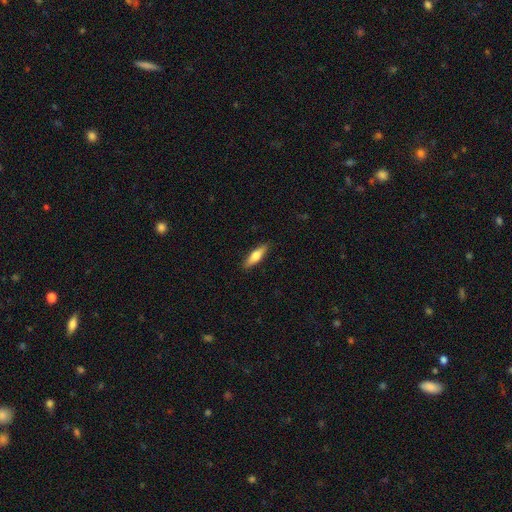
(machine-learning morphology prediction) A smooth galaxy with no disk features (64%) that is cigar-shaped (63%). Merging: none (89%).